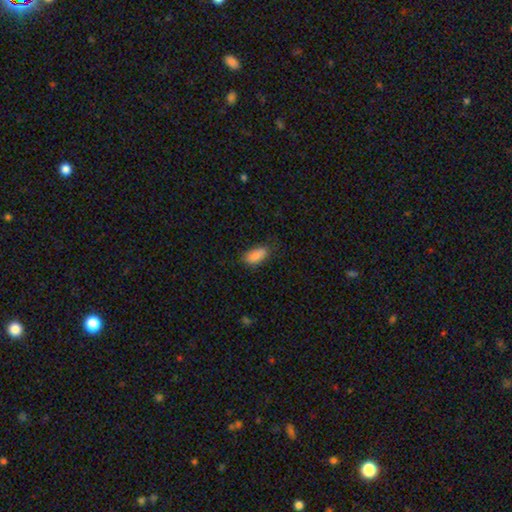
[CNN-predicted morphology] type=smooth (87%); roundness=in between (91%); merging=none (74%).